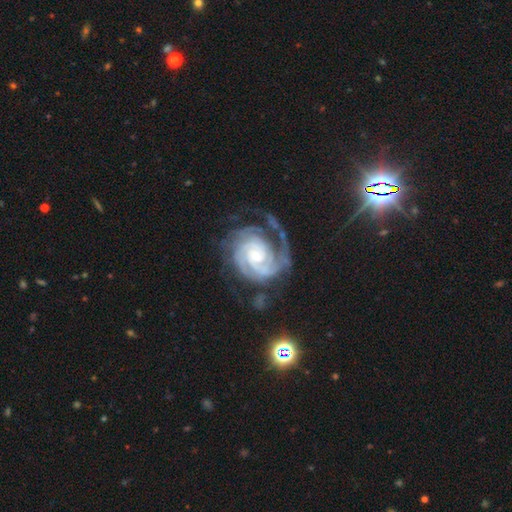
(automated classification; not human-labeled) The model was most divided on "spiral arm count": 2: 30%, 3: 27%, can't tell: 20%, 4: 10%, 1: 7%, more than 4: 6%. More confident: spiral arms — yes (98%); edge-on disk — no (98%); smooth or featured — featured or disk (91%); spiral winding — tight (73%); bar — no (68%); bulge size — small (65%); merging — none (56%).